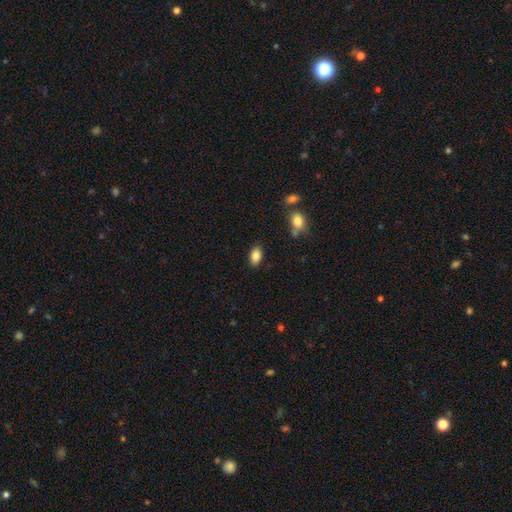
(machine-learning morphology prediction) Q: Smooth or featured?
A: smooth (85%); runner-up: star or artifact (8%)
Q: How rounded?
A: in between (90%); runner-up: round (7%)
Q: Merging?
A: none (84%); runner-up: minor disturbance (12%)